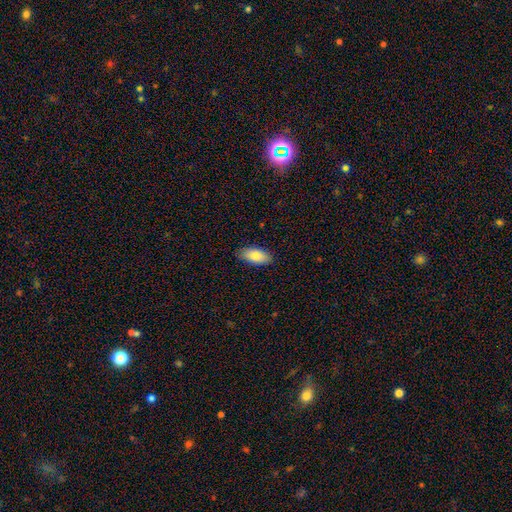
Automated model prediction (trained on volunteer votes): Smooth or featured? smooth (86%)
How rounded? in between (91%)
Merging? none (87%)